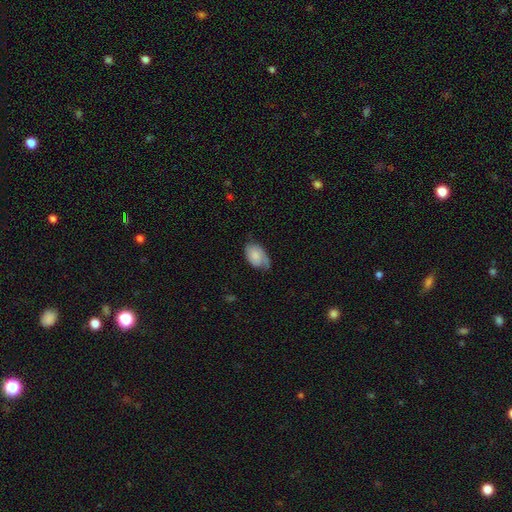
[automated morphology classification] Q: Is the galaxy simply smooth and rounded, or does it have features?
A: smooth — 64%.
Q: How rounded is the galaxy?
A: in between — 90%.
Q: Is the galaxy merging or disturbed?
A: none — 52%.